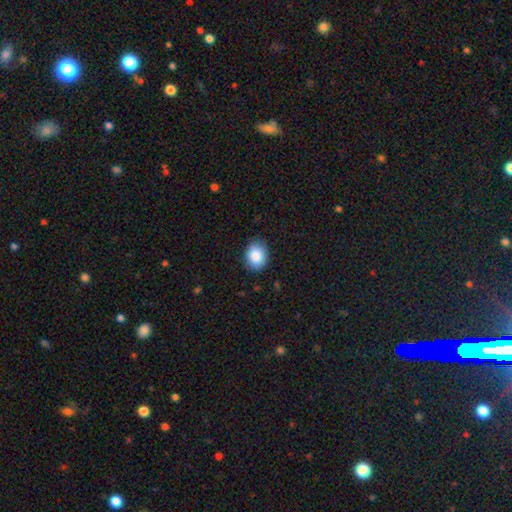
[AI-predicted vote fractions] A smooth galaxy with no disk features (87%) that is in between round and cigar-shaped (58%). Merging: none (84%).